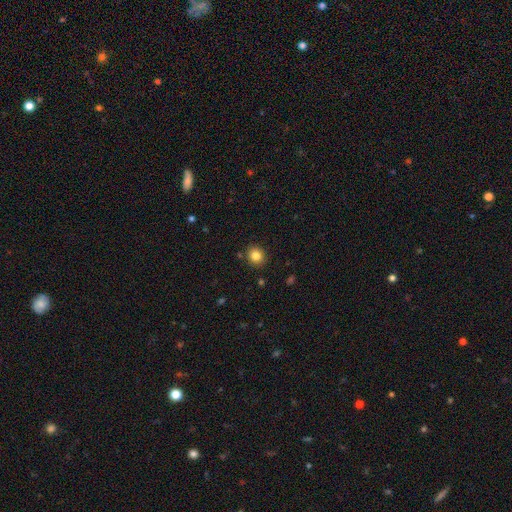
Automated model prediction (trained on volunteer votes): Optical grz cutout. It shows a smooth galaxy with no disk features (83%) that is round (82%). Merging: none (89%).